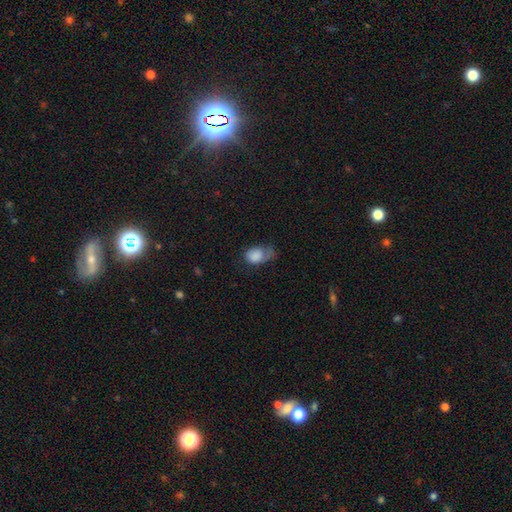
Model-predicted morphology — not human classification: type=smooth (80%); roundness=in between (78%); merging=major disturbance (35%).